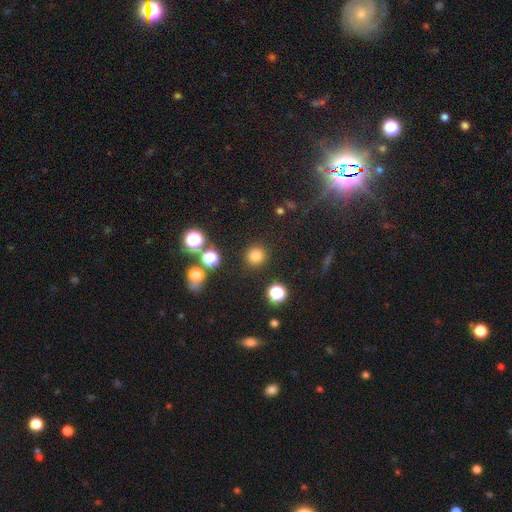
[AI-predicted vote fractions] Smooth or featured? smooth (78%)
How rounded? round (94%)
Merging? none (89%)